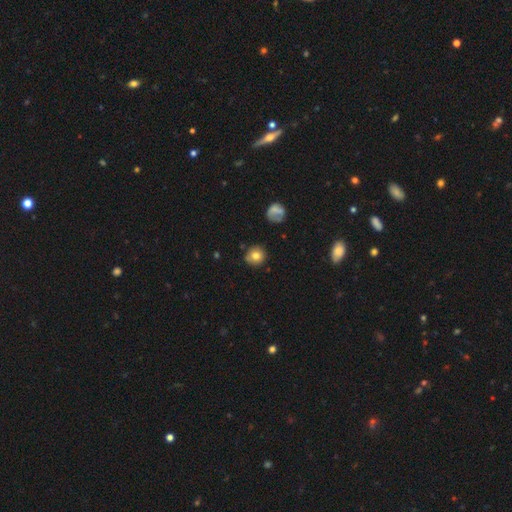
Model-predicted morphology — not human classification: smooth-or-featured: smooth: 77% | featured or disk: 12% | star or artifact: 11%
  how-rounded: round: 91% | in between: 8% | cigar-shaped: 1%
  merging: none: 82% | minor disturbance: 12% | major disturbance: 3% | merger: 2%